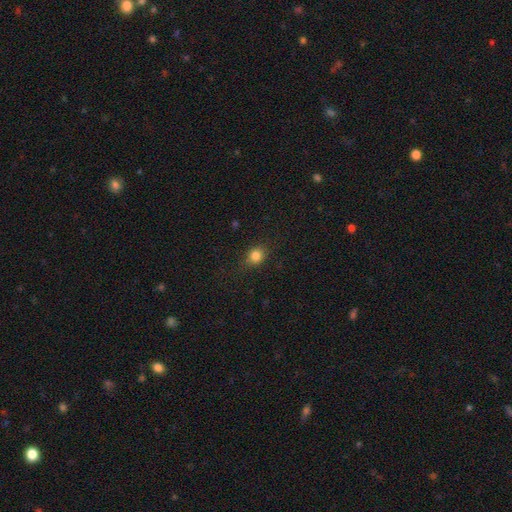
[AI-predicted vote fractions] Smooth or featured? Predicted: smooth (p=0.82). How rounded? Predicted: round (p=0.69). Merging? Predicted: none (p=0.81).